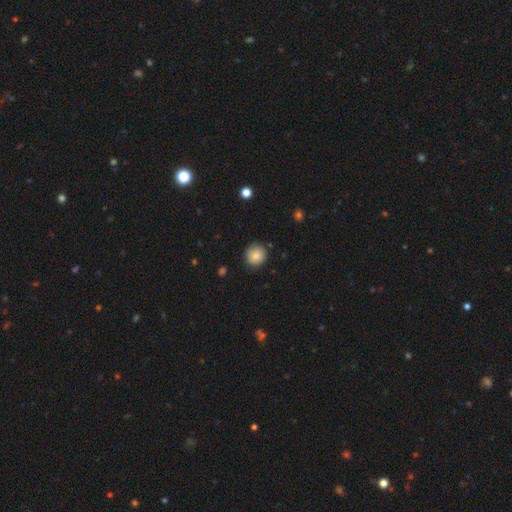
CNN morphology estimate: The model was most divided on "merging": none: 81%, minor disturbance: 14%, major disturbance: 3%, merger: 1%. More confident: how rounded — round (89%); smooth or featured — smooth (83%).